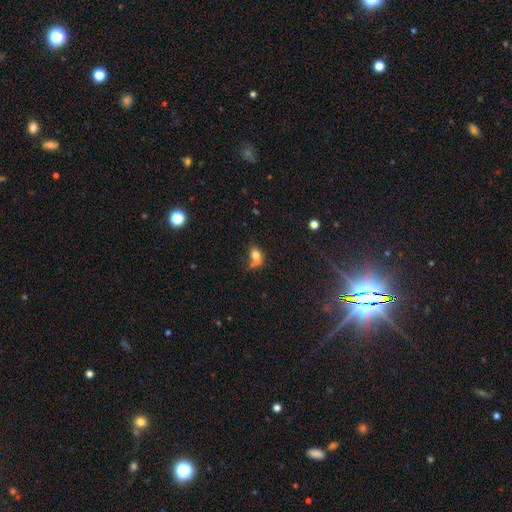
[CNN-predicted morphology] The model was most divided on "merging": none: 30%, merger: 27%, major disturbance: 23%, minor disturbance: 20%. More confident: smooth or featured — smooth (70%); how rounded — in between (68%).